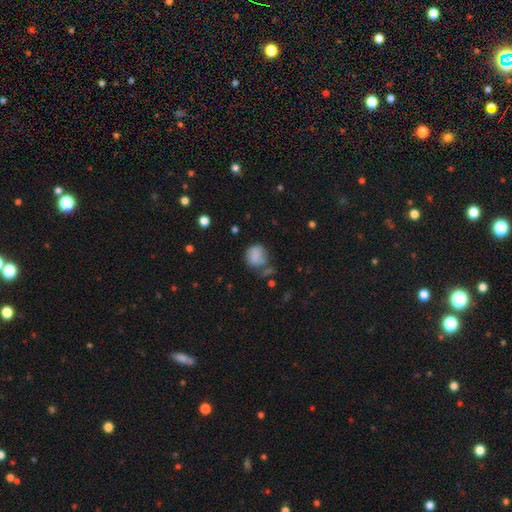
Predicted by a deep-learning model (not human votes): Overall: smooth (77%). How rounded: round (73%). Merging: none (49%; minor disturbance 27%).